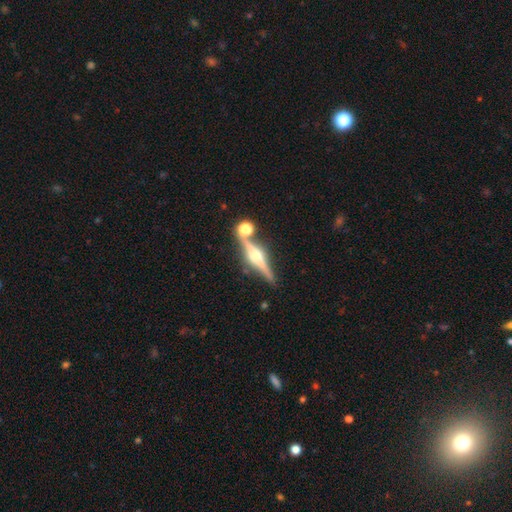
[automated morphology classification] featured or disk 83%, smooth 11%, star or artifact 7%. Down the decision tree: edge-on disk — yes (97%); edge-on bulge — rounded (94%); merging — none (77%).